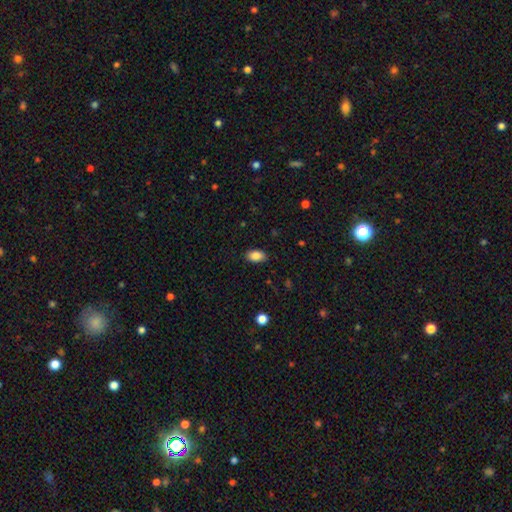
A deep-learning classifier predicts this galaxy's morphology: Smooth or featured: smooth — 87% (star or artifact — 8%)
How rounded: in between — 91% (round — 7%)
Merging: none — 86% (minor disturbance — 10%)